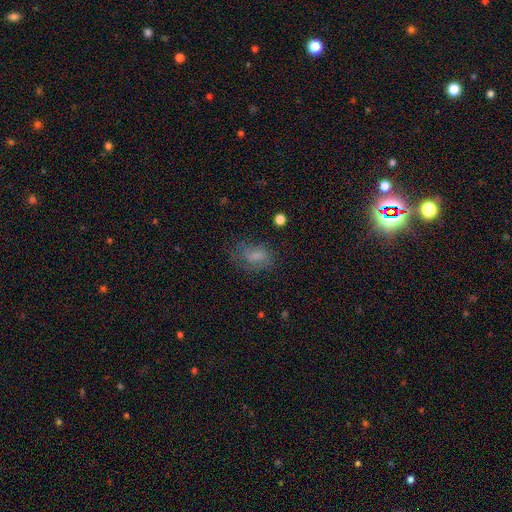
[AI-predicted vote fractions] Smooth or featured: smooth — 63% (featured or disk — 24%)
How rounded: in between — 82% (round — 15%)
Merging: none — 55% (minor disturbance — 25%)